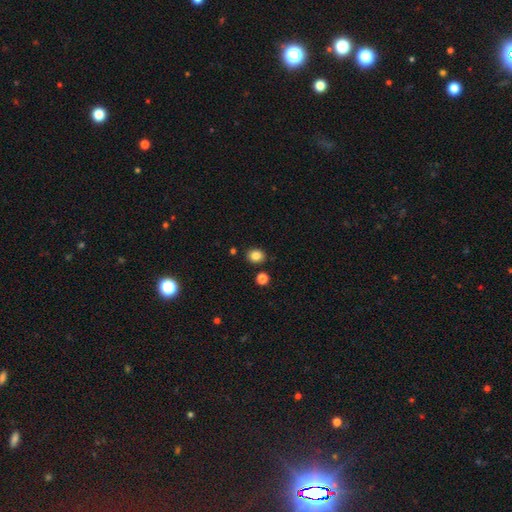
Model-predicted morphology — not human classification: Overall: smooth (85%). How rounded: round (64%; in between 35%). Merging: none (85%).